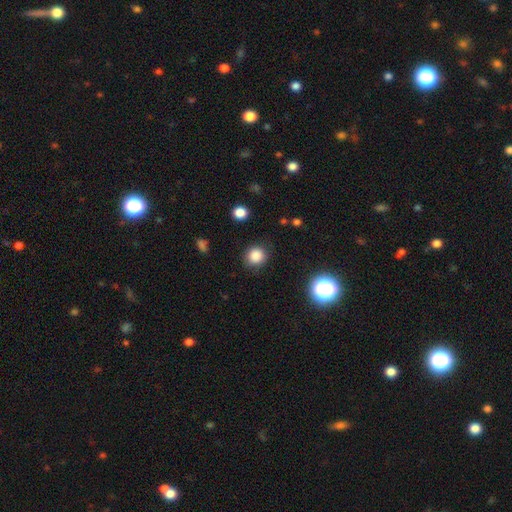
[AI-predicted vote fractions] This appears to be a smooth galaxy with no disk features (85%) that is round (90%). Merging: none (86%).